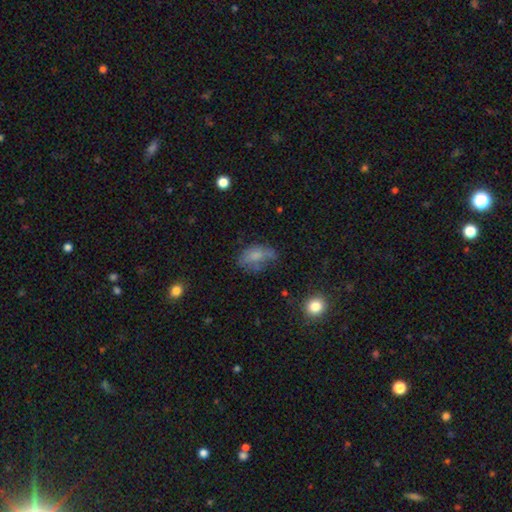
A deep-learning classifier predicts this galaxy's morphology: This appears to be a smooth galaxy with no disk features (62%) that is in between round and cigar-shaped (85%). Merging: none (40%).